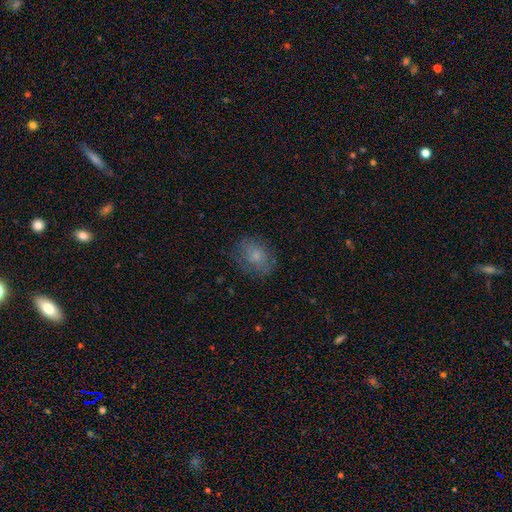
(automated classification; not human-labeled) Morphology: type=smooth (66%); roundness=in between (59%); merging=none (71%).